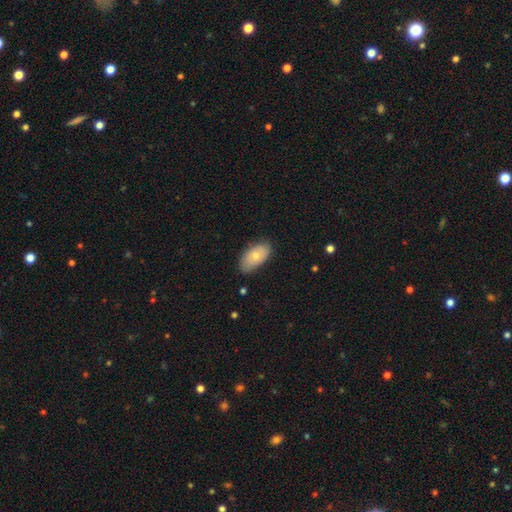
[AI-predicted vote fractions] A smooth galaxy with no disk features (68%) that is in between round and cigar-shaped (93%).

Vote fractions:
- Smooth or featured? smooth: 68% / featured or disk: 26% / star or artifact: 6%
- How rounded? in between: 93% / round: 5% / cigar-shaped: 2%
- Merging? none: 75% / minor disturbance: 20% / major disturbance: 3% / merger: 1%